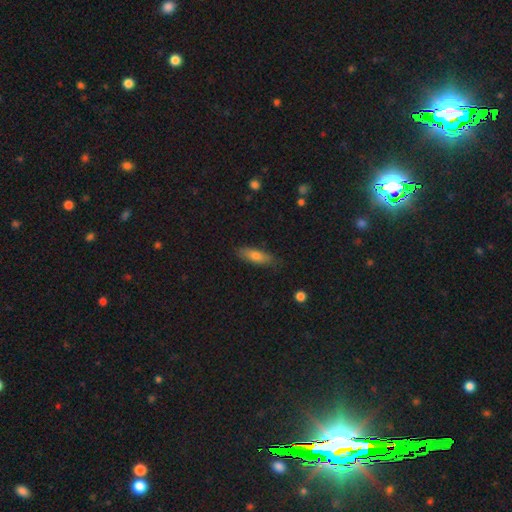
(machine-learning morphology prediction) Q: Smooth or featured?
A: smooth (73%); runner-up: featured or disk (20%)
Q: How rounded?
A: in between (57%); runner-up: cigar-shaped (40%)
Q: Merging?
A: none (81%); runner-up: minor disturbance (15%)